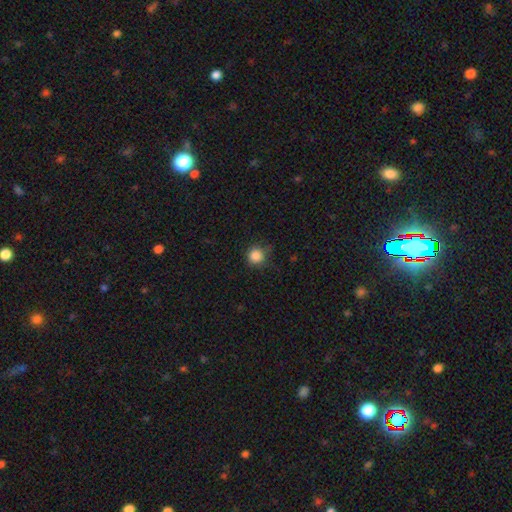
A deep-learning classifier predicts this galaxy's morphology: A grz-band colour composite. It shows a smooth galaxy with no disk features (85%) that is round (93%). Merging: none (76%).